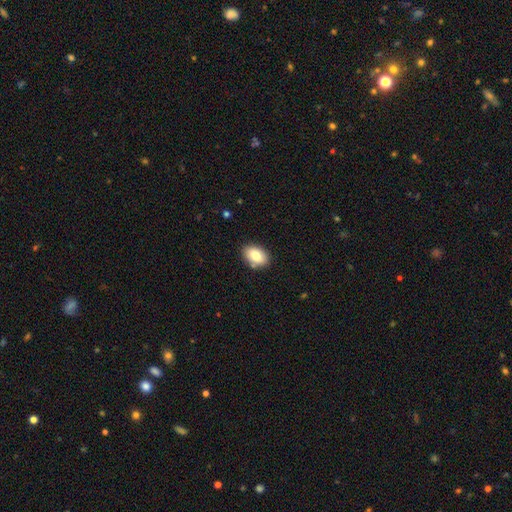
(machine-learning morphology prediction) type=smooth (82%); roundness=in between (88%); merging=none (84%).